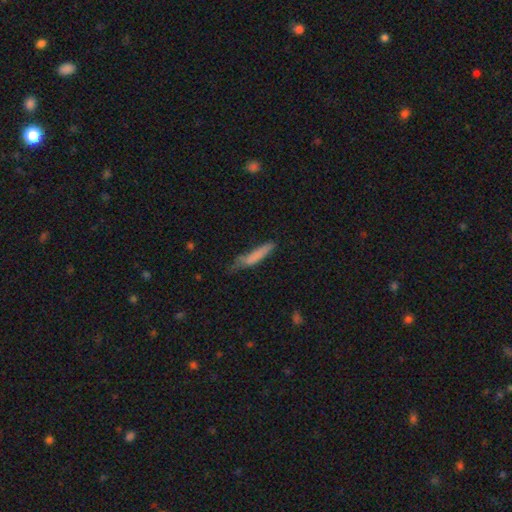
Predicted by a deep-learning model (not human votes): Smooth or featured? smooth (76%)
How rounded? cigar-shaped (88%)
Merging? none (53%)